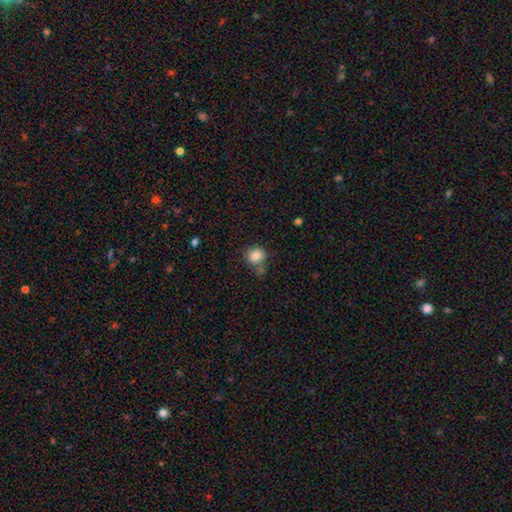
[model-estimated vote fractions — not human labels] Overall: smooth (85%). How rounded: round (70%). Merging: none (56%; minor disturbance 20%).